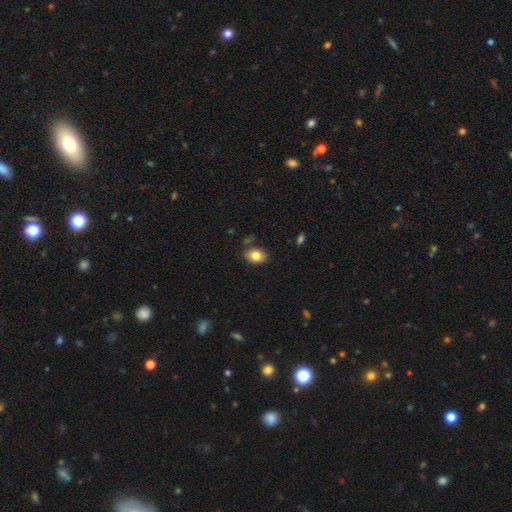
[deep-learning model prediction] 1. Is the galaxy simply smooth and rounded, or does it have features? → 81% smooth, 10% featured or disk, 9% star or artifact.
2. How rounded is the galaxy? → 78% in between, 21% round, 1% cigar-shaped.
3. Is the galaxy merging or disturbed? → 78% none, 15% minor disturbance, 4% merger, 4% major disturbance.